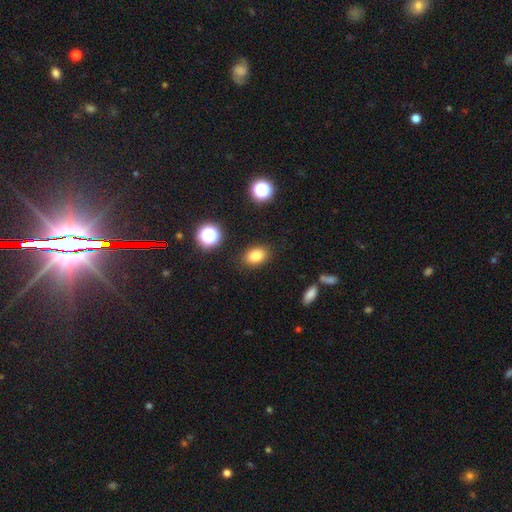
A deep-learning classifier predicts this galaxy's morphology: This is clearly a smooth galaxy (81%). How rounded: likely in between (77%). Merging: clearly none (87%).